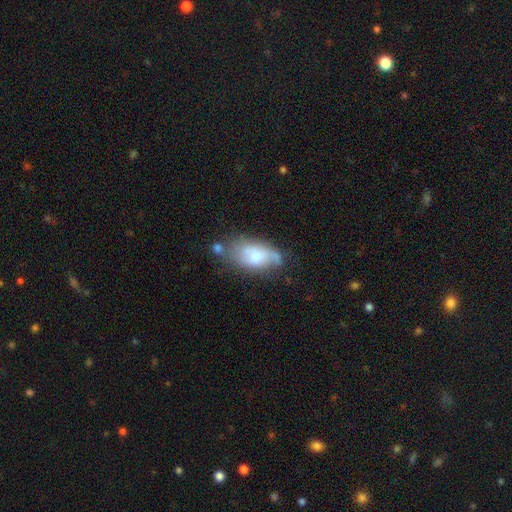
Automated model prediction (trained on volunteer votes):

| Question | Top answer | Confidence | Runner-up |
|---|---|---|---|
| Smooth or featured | smooth | 56% | featured or disk (36%) |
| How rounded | in between | 92% | round (5%) |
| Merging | none | 34% | minor disturbance (29%) |